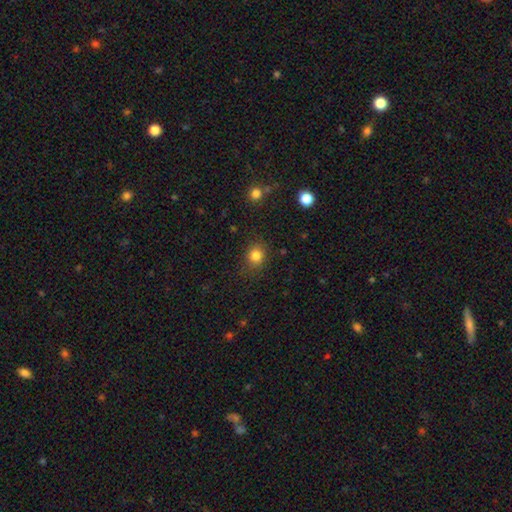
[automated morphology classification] Q: Smooth or featured?
A: smooth (83%); runner-up: star or artifact (12%)
Q: How rounded?
A: round (76%); runner-up: in between (23%)
Q: Merging?
A: none (83%); runner-up: minor disturbance (11%)